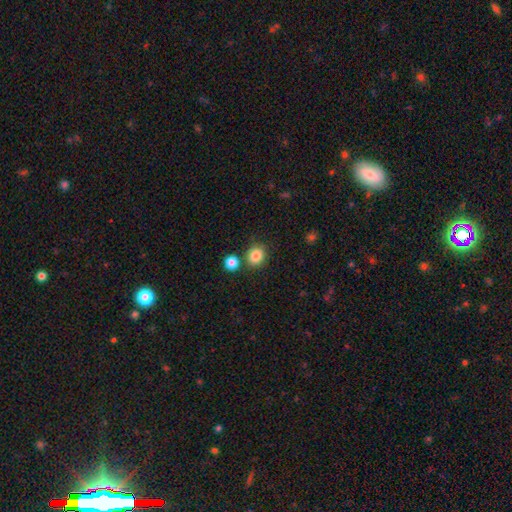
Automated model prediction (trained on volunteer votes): Morphology: type=smooth (85%); roundness=round (73%); merging=none (78%).